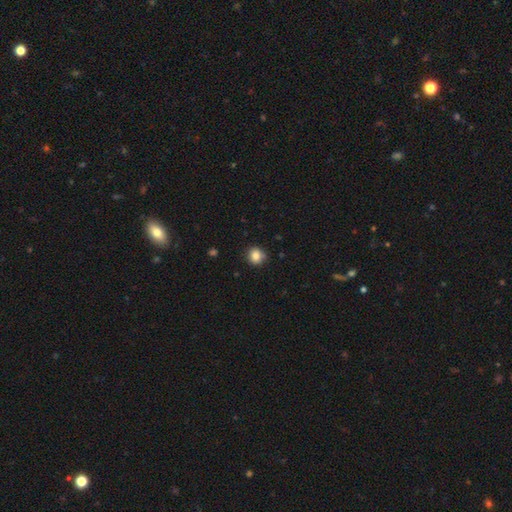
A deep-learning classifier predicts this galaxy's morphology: A smooth galaxy with no disk features (84%) that is round (86%). Merging: none (84%).